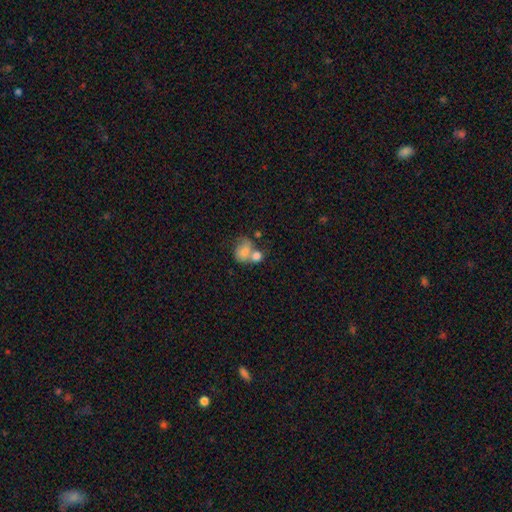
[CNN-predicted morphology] smooth-or-featured: smooth: 70% | featured or disk: 20% | star or artifact: 9%
  how-rounded: round: 52% | in between: 46% | cigar-shaped: 1%
  merging: merger: 59% | none: 23% | minor disturbance: 10% | major disturbance: 7%